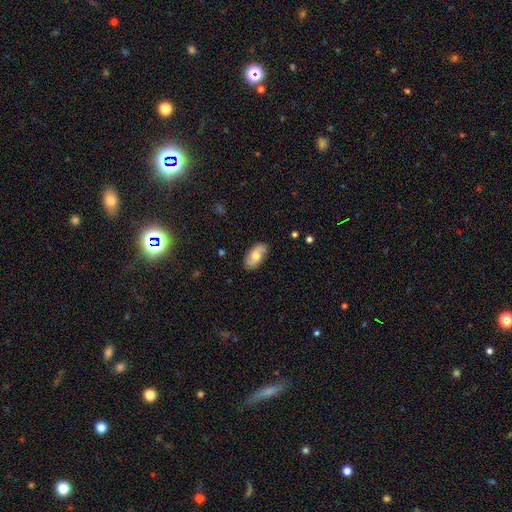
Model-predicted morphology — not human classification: smooth_or_featured: smooth (p=0.51) [alt: featured or disk p=0.42]
how_rounded: in between (p=0.92) [alt: cigar-shaped p=0.04]
merging: none (p=0.81) [alt: minor disturbance p=0.14]